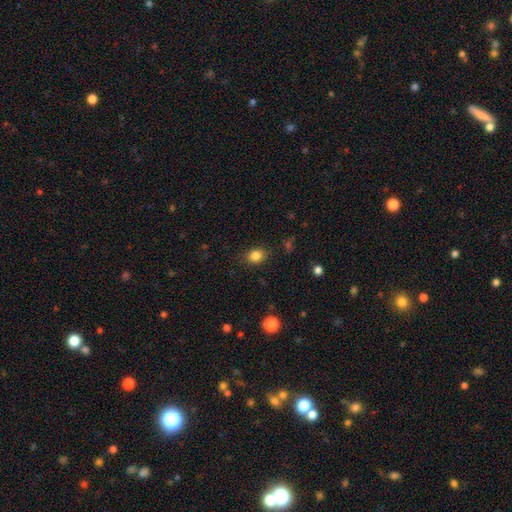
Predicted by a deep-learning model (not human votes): Morphology: type=smooth (84%); roundness=round (50%); merging=none (84%).